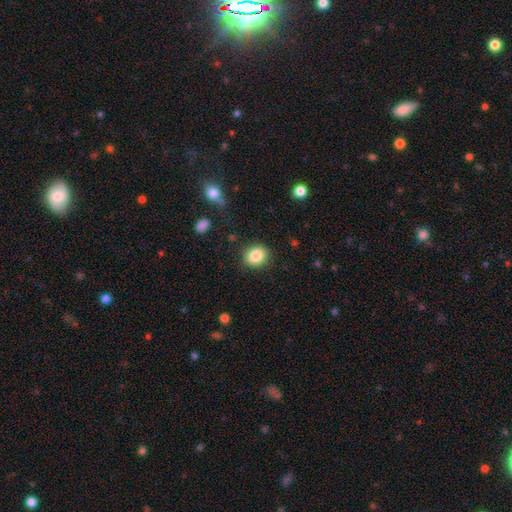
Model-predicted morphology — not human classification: The model was most divided on "how rounded": round: 65%, in between: 34%, cigar-shaped: 1%. More confident: merging — none (87%); smooth or featured — smooth (86%).